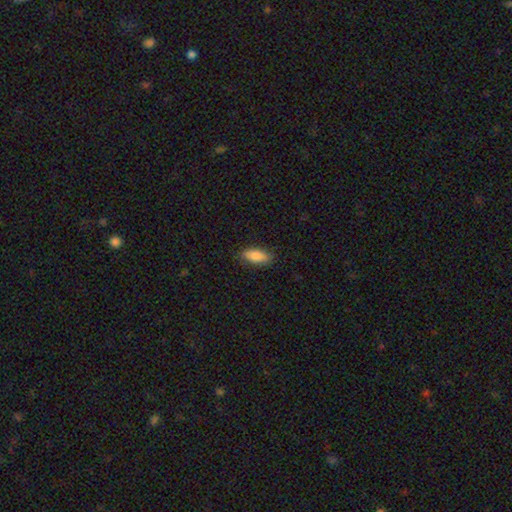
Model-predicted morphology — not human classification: This is clearly a smooth galaxy (83%). How rounded: likely in between (79%). Merging: clearly none (84%).